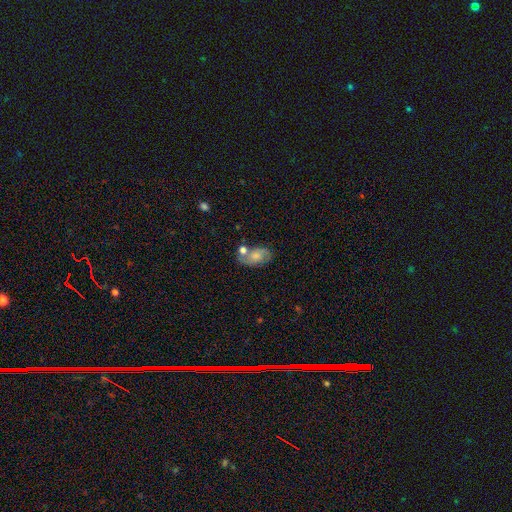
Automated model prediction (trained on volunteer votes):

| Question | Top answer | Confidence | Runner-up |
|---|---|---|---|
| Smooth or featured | featured or disk | 47% | smooth (44%) |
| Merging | none | 53% | merger (21%) |